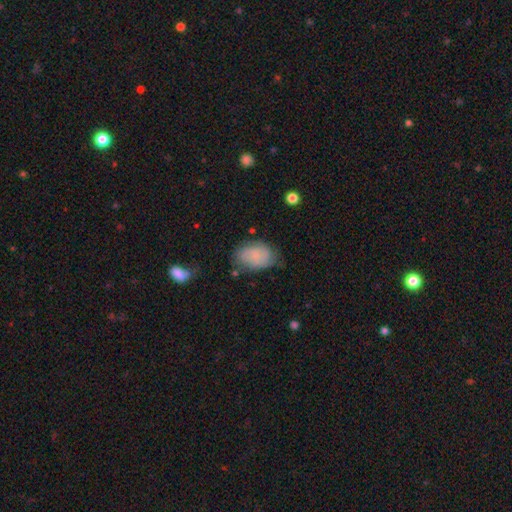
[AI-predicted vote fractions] Morphology: type=smooth (58%); roundness=in between (84%); merging=none (63%).